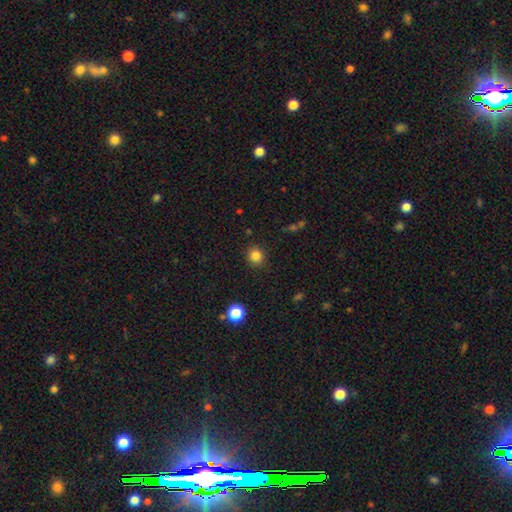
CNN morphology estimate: smooth_or_featured: smooth (p=0.84) [alt: star or artifact p=0.12]
how_rounded: round (p=0.88) [alt: in between p=0.11]
merging: none (p=0.89) [alt: minor disturbance p=0.07]